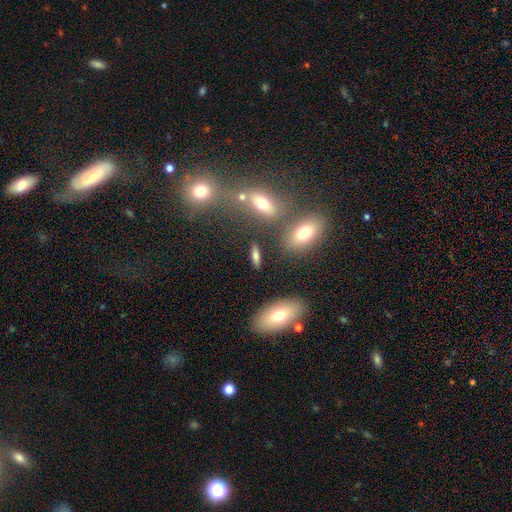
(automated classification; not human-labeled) A smooth galaxy with no disk features (66%) that is in between round and cigar-shaped (51%).

Vote fractions:
- Smooth or featured? smooth: 66% / featured or disk: 22% / star or artifact: 12%
- How rounded? in between: 51% / cigar-shaped: 42% / round: 7%
- Merging? none: 81% / minor disturbance: 10% / merger: 6% / major disturbance: 4%